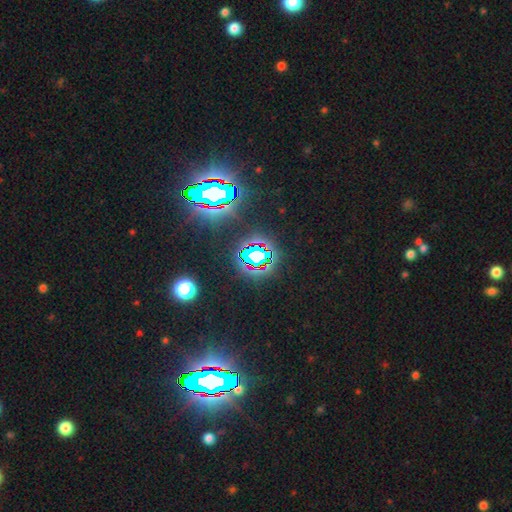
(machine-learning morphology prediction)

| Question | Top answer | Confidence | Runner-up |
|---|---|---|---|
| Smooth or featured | star or artifact | 74% | smooth (15%) |